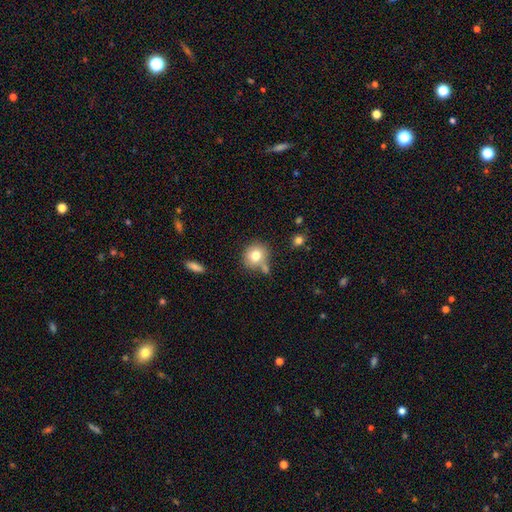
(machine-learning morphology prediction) Overall: smooth (77%). How rounded: round (80%). Merging: none (65%).